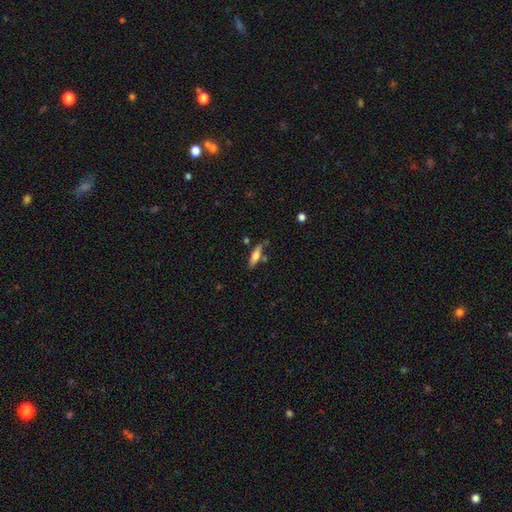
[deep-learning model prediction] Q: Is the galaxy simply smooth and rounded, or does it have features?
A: smooth — 61%.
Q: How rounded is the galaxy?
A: cigar-shaped — 65%.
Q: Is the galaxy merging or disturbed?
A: none — 71%.